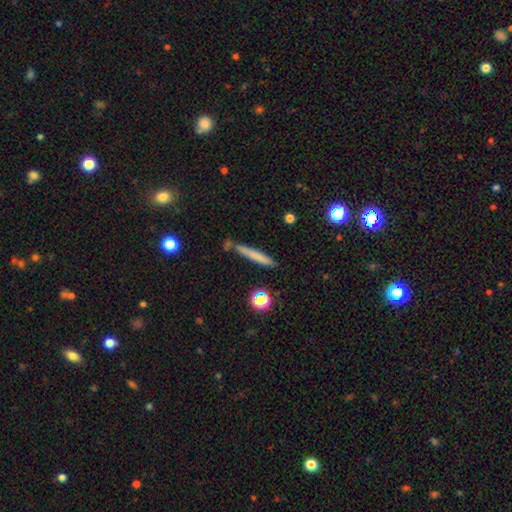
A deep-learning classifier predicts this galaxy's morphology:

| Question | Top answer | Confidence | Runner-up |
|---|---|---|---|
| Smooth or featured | smooth | 68% | featured or disk (23%) |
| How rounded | cigar-shaped | 95% | in between (4%) |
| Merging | none | 76% | minor disturbance (14%) |